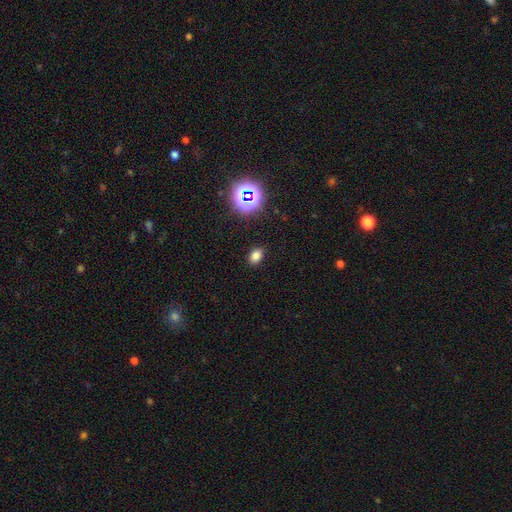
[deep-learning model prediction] Smooth or featured?
  - smooth: 75% *
  - star or artifact: 19%
  - featured or disk: 6%
How rounded?
  - in between: 76% *
  - round: 23%
  - cigar-shaped: 1%
Merging?
  - none: 87% *
  - minor disturbance: 9%
  - major disturbance: 3%
  - merger: 1%